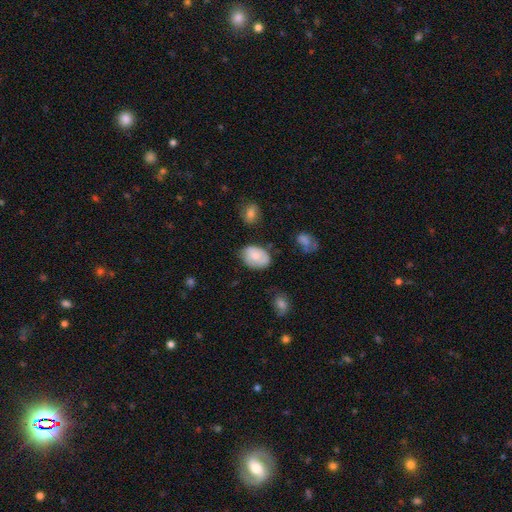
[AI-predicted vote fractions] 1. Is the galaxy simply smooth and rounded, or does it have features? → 71% smooth, 22% featured or disk, 7% star or artifact.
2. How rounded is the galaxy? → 81% in between, 18% round, 1% cigar-shaped.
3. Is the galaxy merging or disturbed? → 69% none, 23% minor disturbance, 5% major disturbance, 3% merger.